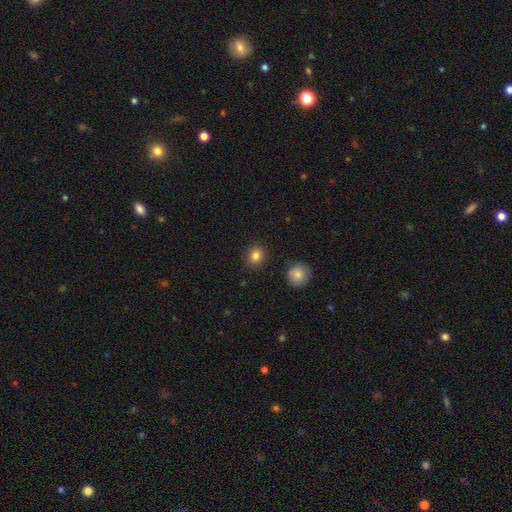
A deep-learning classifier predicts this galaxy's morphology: The model was most divided on "how rounded": round: 82%, in between: 17%, cigar-shaped: 1%. More confident: merging — none (89%); smooth or featured — smooth (83%).